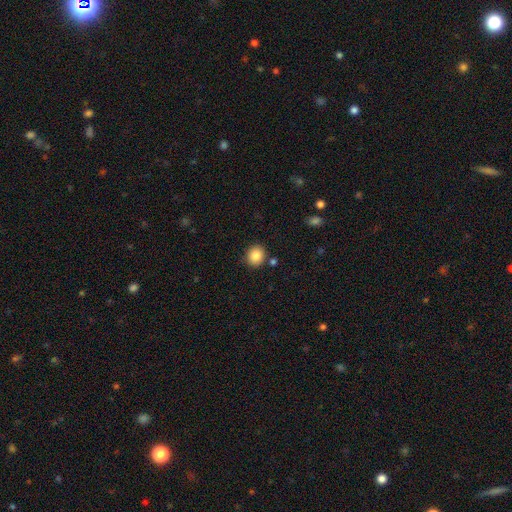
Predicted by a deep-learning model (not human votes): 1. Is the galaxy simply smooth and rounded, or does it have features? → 85% smooth, 9% star or artifact, 6% featured or disk.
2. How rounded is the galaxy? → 80% round, 19% in between, 1% cigar-shaped.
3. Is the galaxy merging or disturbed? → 86% none, 8% minor disturbance, 4% merger, 2% major disturbance.